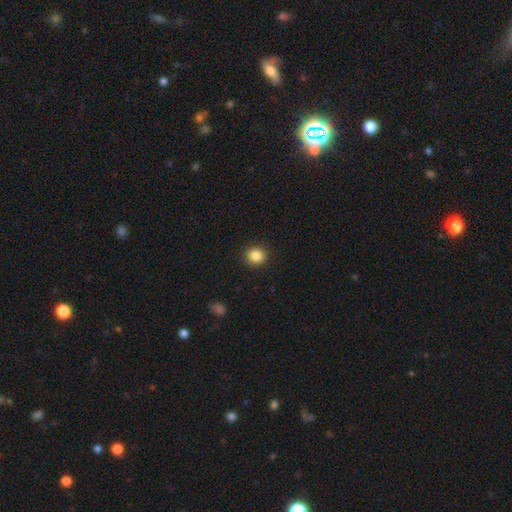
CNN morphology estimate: A smooth galaxy with no disk features (86%) that is round (87%).

Vote fractions:
- Smooth or featured? smooth: 86% / star or artifact: 10% / featured or disk: 4%
- How rounded? round: 87% / in between: 12% / cigar-shaped: 1%
- Merging? none: 91% / minor disturbance: 6% / major disturbance: 2% / merger: 1%